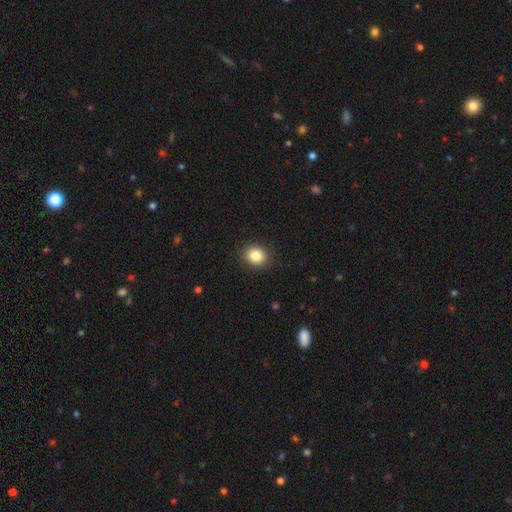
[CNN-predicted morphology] smooth 85%, star or artifact 10%, featured or disk 5%. Down the decision tree: how rounded — round (63%); merging — none (90%).